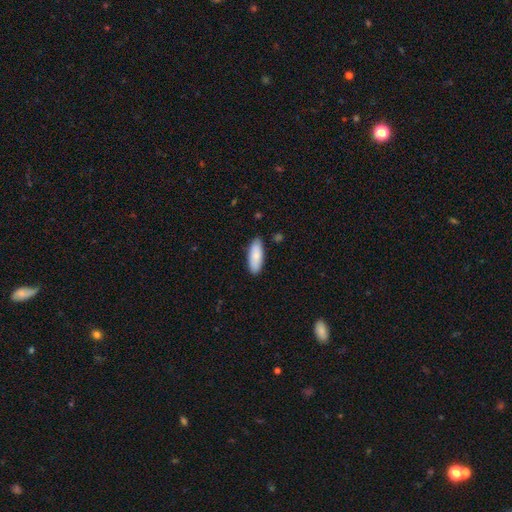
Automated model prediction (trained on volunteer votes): Smooth or featured? Predicted: smooth (p=0.84). How rounded? Predicted: in between (p=0.76). Merging? Predicted: none (p=0.86).